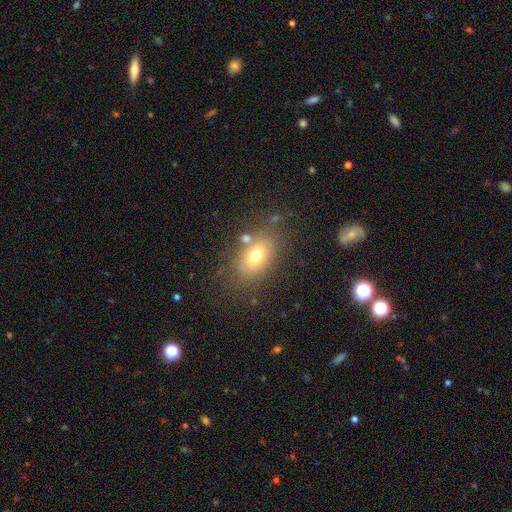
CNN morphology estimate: type=smooth (69%); roundness=in between (78%); merging=none (72%).